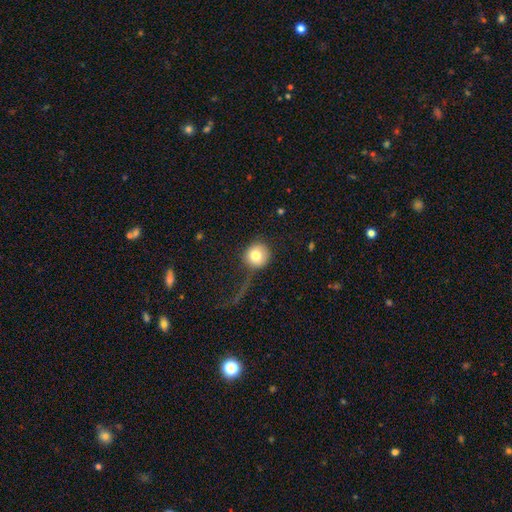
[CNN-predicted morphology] Smooth or featured: smooth — 79% (featured or disk — 11%)
How rounded: round — 94% (in between — 5%)
Merging: none — 60% (major disturbance — 23%)